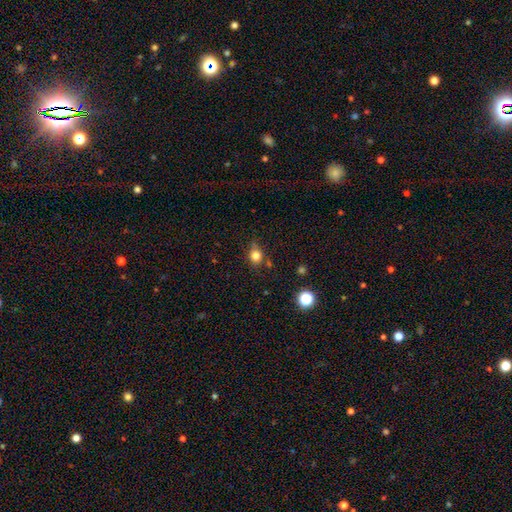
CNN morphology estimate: Q: Smooth or featured?
A: smooth (78%); runner-up: star or artifact (13%)
Q: How rounded?
A: round (76%); runner-up: in between (23%)
Q: Merging?
A: none (64%); runner-up: minor disturbance (24%)